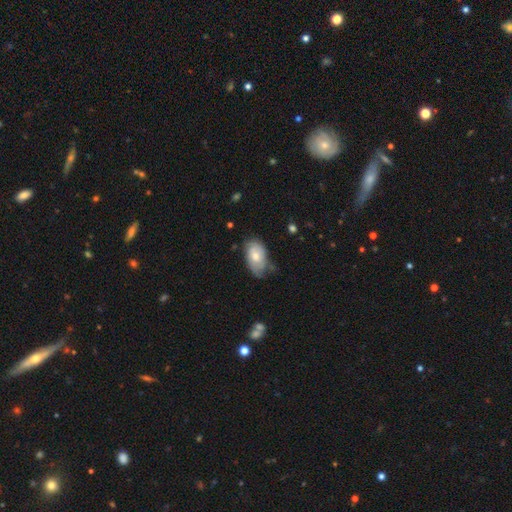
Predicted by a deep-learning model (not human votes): A smooth galaxy with no disk features (64%) that is in between round and cigar-shaped (92%).

Vote fractions:
- Smooth or featured? smooth: 64% / featured or disk: 30% / star or artifact: 7%
- How rounded? in between: 92% / round: 6% / cigar-shaped: 2%
- Merging? none: 48% / minor disturbance: 38% / major disturbance: 12% / merger: 3%